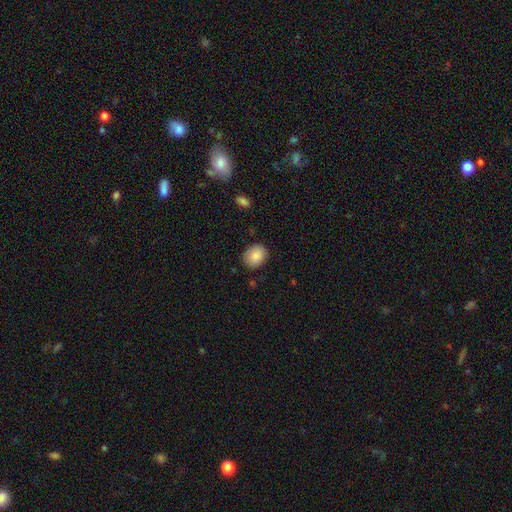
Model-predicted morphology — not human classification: Smooth or featured? Predicted: smooth (p=0.87). How rounded? Predicted: in between (p=0.52). Merging? Predicted: none (p=0.83).